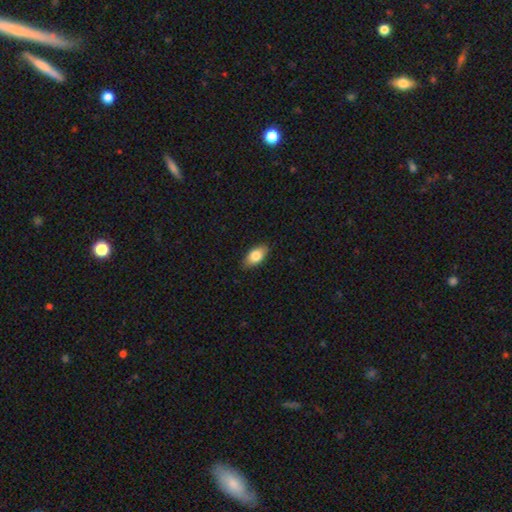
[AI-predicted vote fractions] Smooth or featured: smooth — 80% (featured or disk — 13%)
How rounded: in between — 90% (cigar-shaped — 5%)
Merging: none — 86% (minor disturbance — 11%)